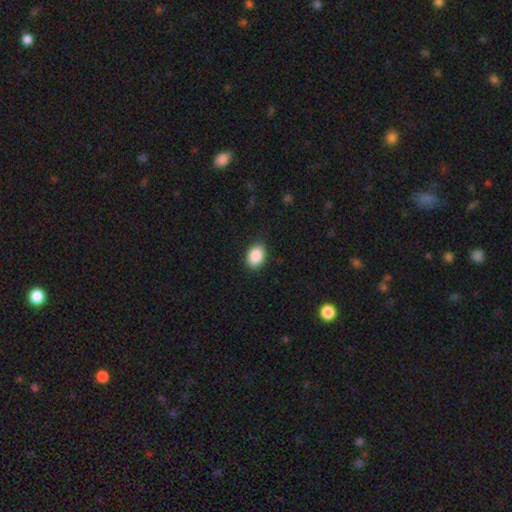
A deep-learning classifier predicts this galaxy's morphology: This appears to be a smooth galaxy with no disk features (90%) that is in between round and cigar-shaped (82%). Merging: none (87%).